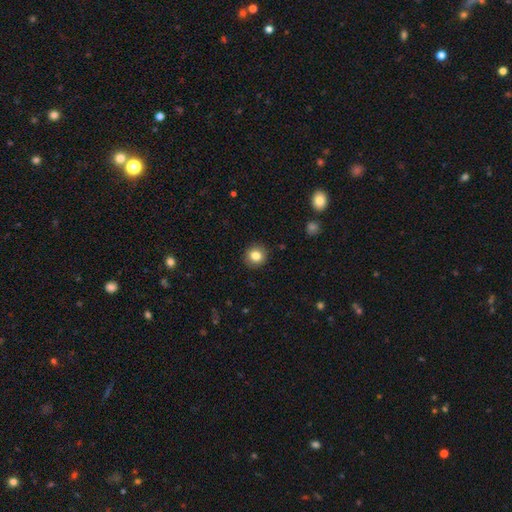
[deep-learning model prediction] smooth-or-featured: smooth: 83% | star or artifact: 10% | featured or disk: 7%
  how-rounded: round: 91% | in between: 8% | cigar-shaped: 1%
  merging: none: 91% | minor disturbance: 6% | major disturbance: 2% | merger: 1%